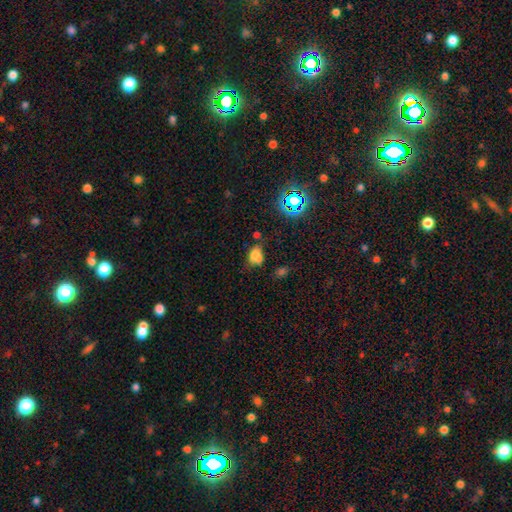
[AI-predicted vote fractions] smooth 67%, star or artifact 20%, featured or disk 13%. Down the decision tree: how rounded — in between (78%); merging — none (40%).